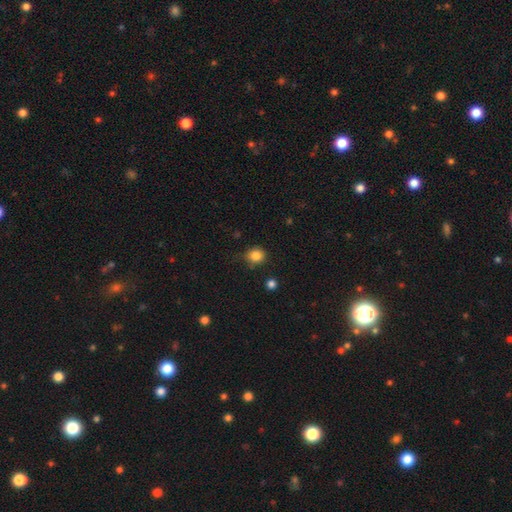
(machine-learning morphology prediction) Smooth or featured? Predicted: smooth (p=0.84). How rounded? Predicted: round (p=0.84). Merging? Predicted: none (p=0.78).